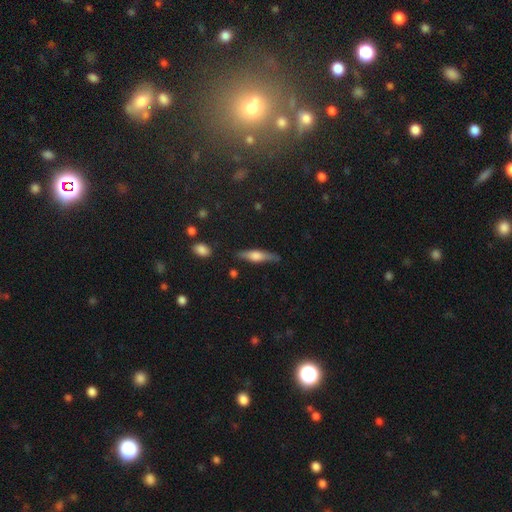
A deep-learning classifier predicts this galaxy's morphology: Smooth or featured: featured or disk — 49% (smooth — 44%)
Merging: none — 79% (minor disturbance — 15%)